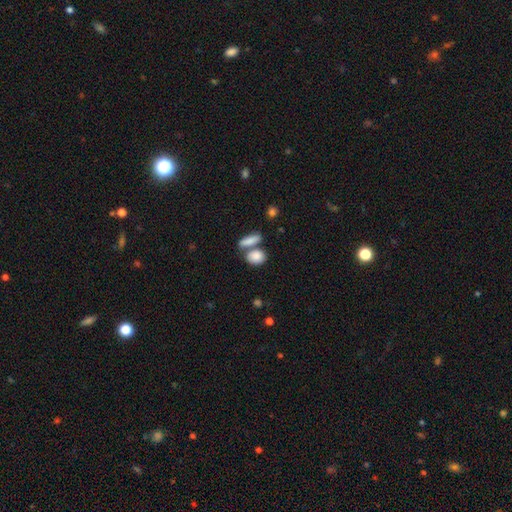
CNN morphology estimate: Smooth or featured?
  - smooth: 86% *
  - featured or disk: 7%
  - star or artifact: 7%
How rounded?
  - in between: 68% *
  - round: 26%
  - cigar-shaped: 6%
Merging?
  - none: 51% *
  - merger: 34%
  - minor disturbance: 11%
  - major disturbance: 4%